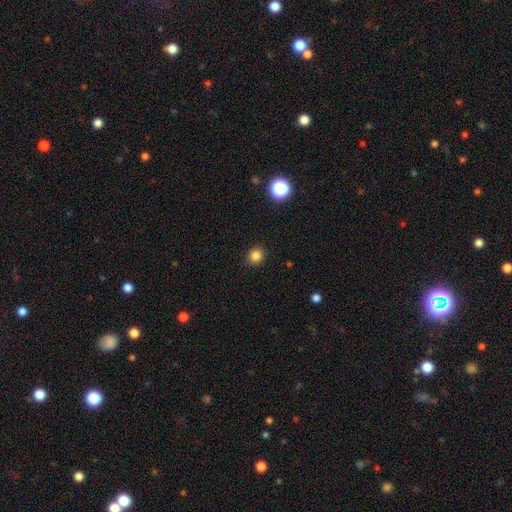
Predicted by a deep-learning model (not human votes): This appears to be a smooth galaxy with no disk features (84%) that is round (91%). Merging: none (90%).